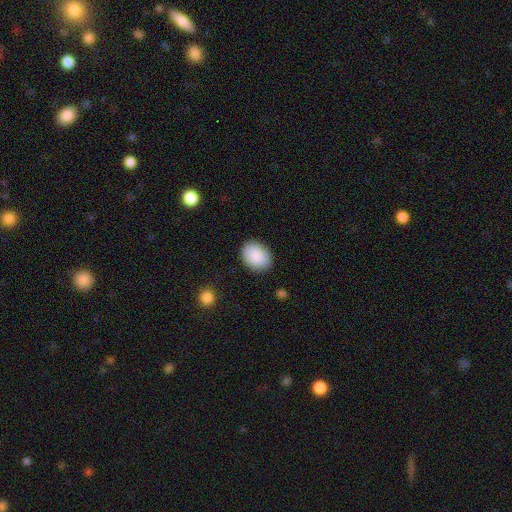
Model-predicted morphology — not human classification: A smooth galaxy with no disk features (90%) that is in between round and cigar-shaped (69%).

Vote fractions:
- Smooth or featured? smooth: 90% / star or artifact: 7% / featured or disk: 4%
- How rounded? in between: 69% / round: 30% / cigar-shaped: 1%
- Merging? none: 87% / minor disturbance: 9% / major disturbance: 2% / merger: 1%